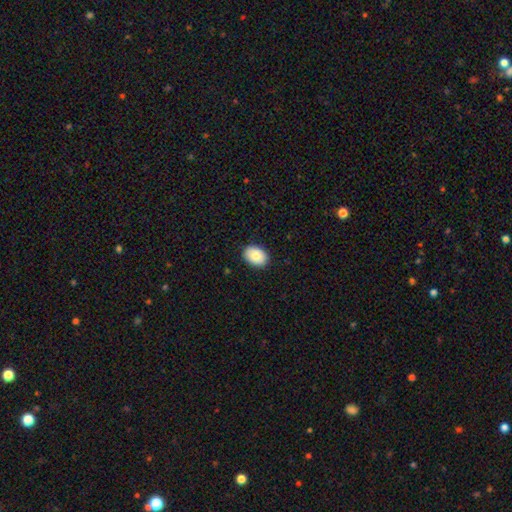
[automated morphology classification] This is clearly a smooth galaxy (84%). How rounded: likely in between (77%). Merging: clearly none (88%).